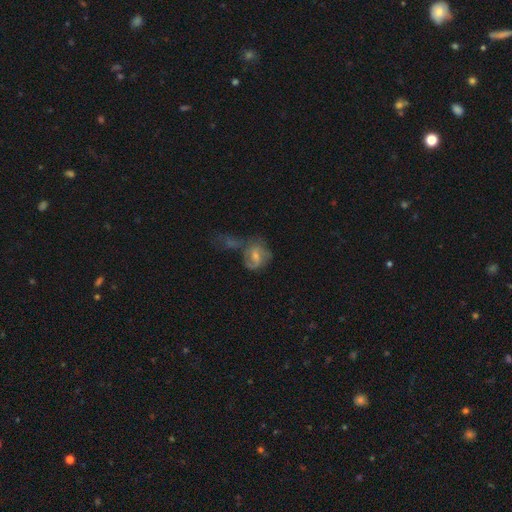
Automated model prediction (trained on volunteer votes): A featured or disk galaxy (63%) with a weak bar (55%), 2 (73%) medium (48%) spiral arms (84%) and a moderate central bulge (41%).

Vote fractions:
- Smooth or featured? featured or disk: 63% / smooth: 28% / star or artifact: 8%
- Edge-on disk? no: 97% / yes: 3%
- Bar? weak: 55% / no: 28% / strong: 17%
- Spiral arms? yes: 84% / no: 16%
- Spiral winding? medium: 48% / loose: 28% / tight: 24%
- Spiral arm count? 2: 73% / can't tell: 13% / 1: 10% / 3: 2% / 4: 1% / more than 4: 1%
- Bulge size? moderate: 41% / small: 40% / none: 13% / large: 4% / dominant: 1%
- Merging? none: 38% / merger: 27% / minor disturbance: 18% / major disturbance: 16%